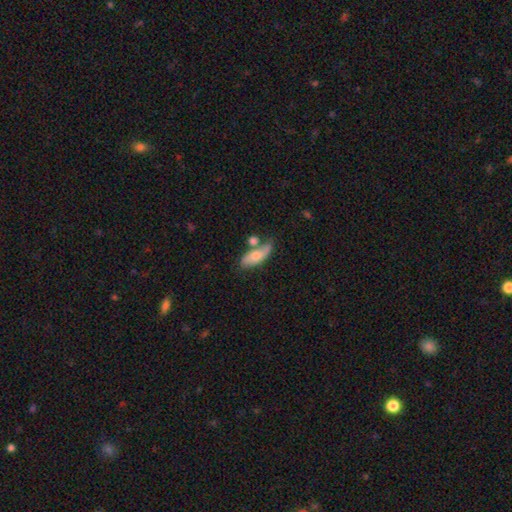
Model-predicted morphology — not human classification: A smooth galaxy with no disk features (58%) that is in between round and cigar-shaped (74%).

Vote fractions:
- Smooth or featured? smooth: 58% / featured or disk: 36% / star or artifact: 7%
- How rounded? in between: 74% / cigar-shaped: 22% / round: 4%
- Merging? none: 46% / merger: 26% / minor disturbance: 20% / major disturbance: 8%